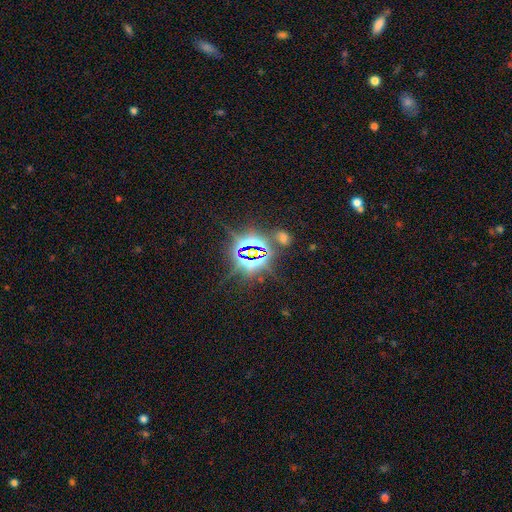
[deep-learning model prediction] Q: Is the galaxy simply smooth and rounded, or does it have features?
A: star or artifact — 83%.